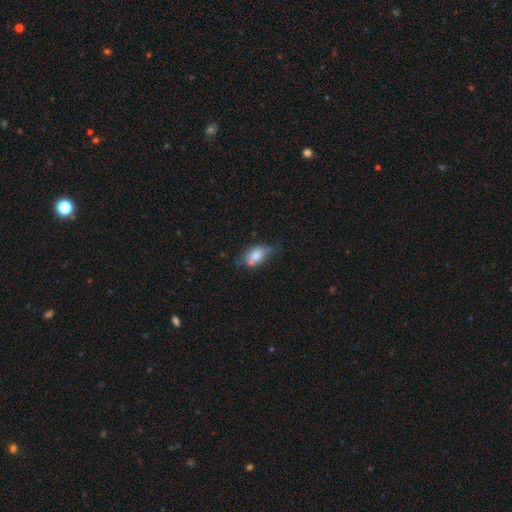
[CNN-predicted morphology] The model was most divided on "merging": none: 45%, minor disturbance: 31%, merger: 13%, major disturbance: 11%. More confident: how rounded — in between (87%); smooth or featured — smooth (70%).